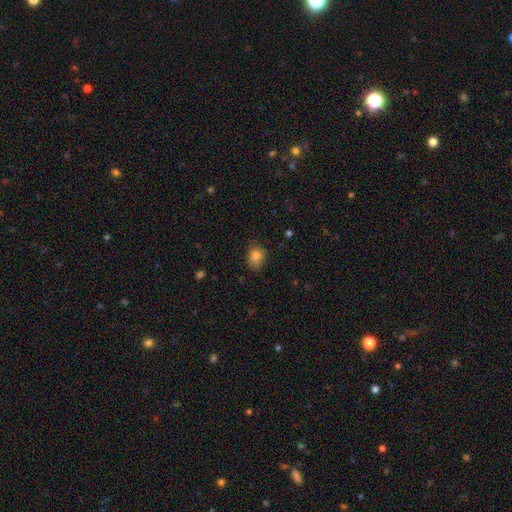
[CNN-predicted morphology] Smooth or featured? Predicted: smooth (p=0.84). How rounded? Predicted: in between (p=0.57). Merging? Predicted: none (p=0.73).